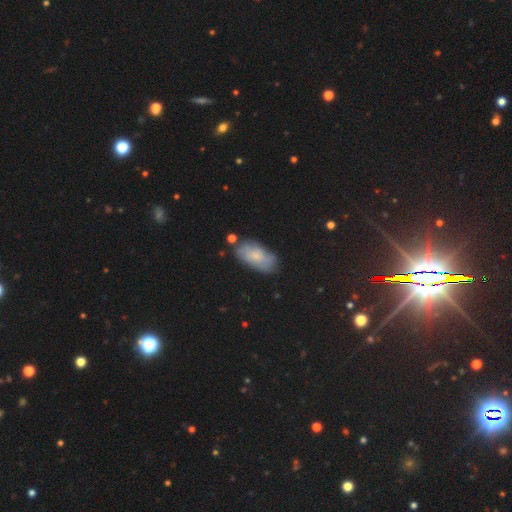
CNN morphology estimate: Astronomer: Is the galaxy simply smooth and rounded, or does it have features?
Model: smooth — 54% (runner-up: featured or disk, 38%).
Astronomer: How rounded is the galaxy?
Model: in between — 91%.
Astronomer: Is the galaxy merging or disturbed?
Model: none — 67%.